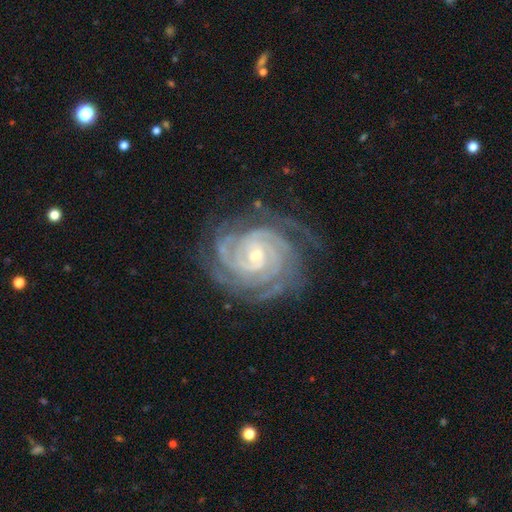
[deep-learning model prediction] This is clearly a featured or disk galaxy (93%). It is clearly not viewed edge-on (98%). Bar: possibly no (57%). Spiral arm pattern: clearly yes (99%). Spiral arm count: marginally 4 (26%). Spiral winding: clearly tight (83%). Central bulge: likely small (71%). Merging: likely none (75%).